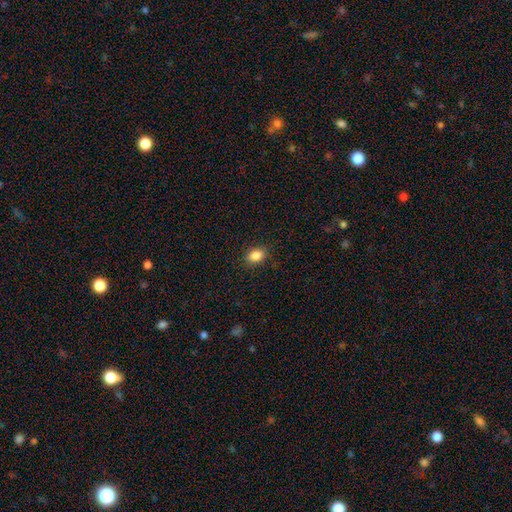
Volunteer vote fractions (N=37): smooth-or-featured: smooth: 86% | featured or disk: 11% | star or artifact: 3%
  how-rounded: in between: 84% | round: 16% | cigar-shaped: 0%
  merging: none: 94% | minor disturbance: 3% | major disturbance: 3% | merger: 0%